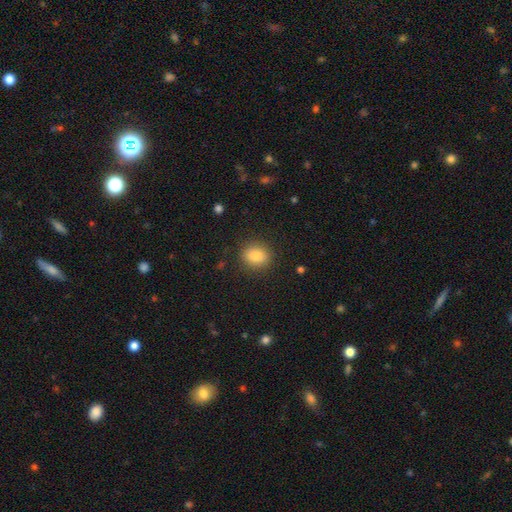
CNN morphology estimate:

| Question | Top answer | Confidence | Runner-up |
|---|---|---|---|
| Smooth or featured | smooth | 84% | star or artifact (9%) |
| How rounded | round | 60% | in between (39%) |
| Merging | none | 87% | minor disturbance (9%) |